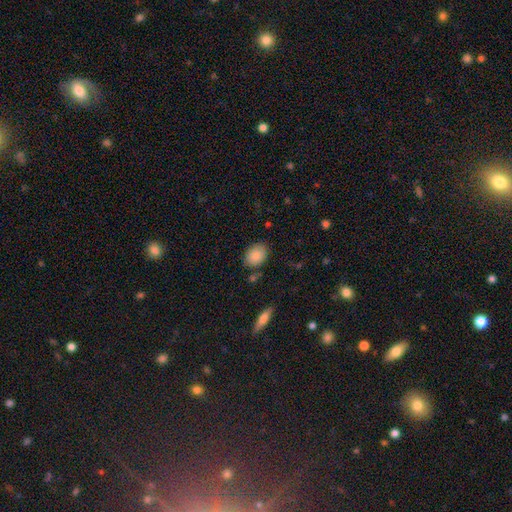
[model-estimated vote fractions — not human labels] smooth 86%, star or artifact 7%, featured or disk 7%. Down the decision tree: how rounded — in between (76%); merging — none (81%).